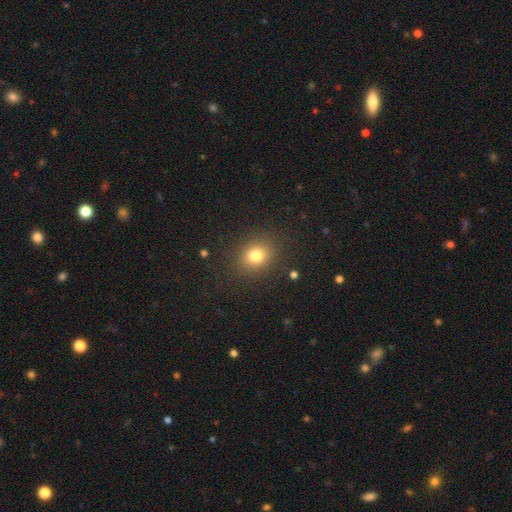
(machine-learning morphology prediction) The model was most divided on "how rounded": round: 64%, in between: 35%, cigar-shaped: 1%. More confident: merging — none (86%); smooth or featured — smooth (79%).